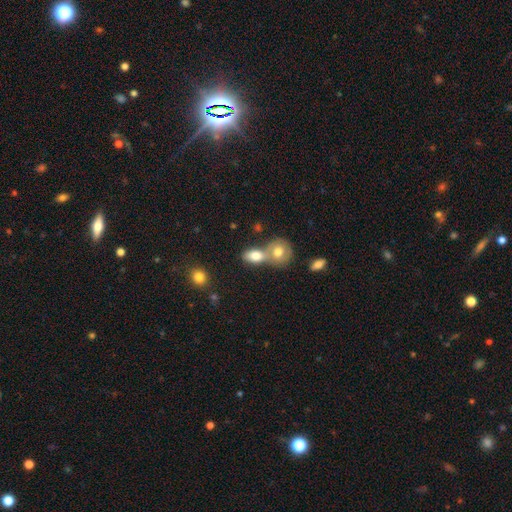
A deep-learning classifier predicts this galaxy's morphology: Smooth or featured? smooth (79%)
How rounded? in between (80%)
Merging? merger (56%)